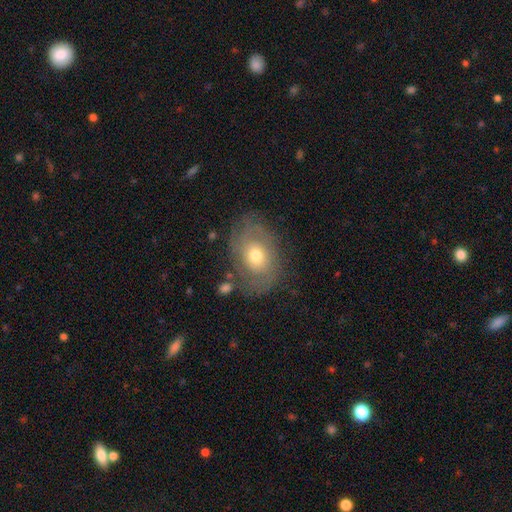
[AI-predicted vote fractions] The model was most divided on "smooth or featured": featured or disk: 59%, smooth: 33%, star or artifact: 9%. More confident: edge-on disk — no (95%); bar — no (80%); spiral arms — yes (76%); merging — none (70%); bulge size — moderate (64%).